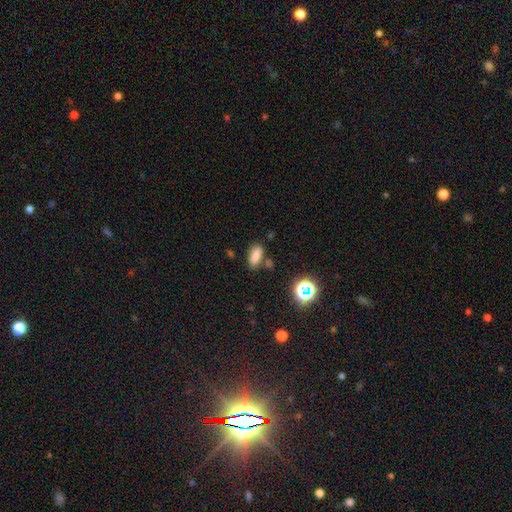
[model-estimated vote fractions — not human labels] Overall: smooth (79%). How rounded: in between (76%). Merging: none (76%).